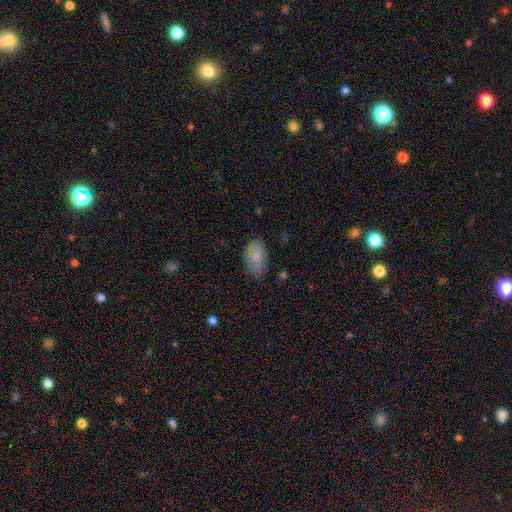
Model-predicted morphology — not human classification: This appears to be a smooth galaxy with no disk features (74%) that is in between round and cigar-shaped (92%). Merging: none (69%).